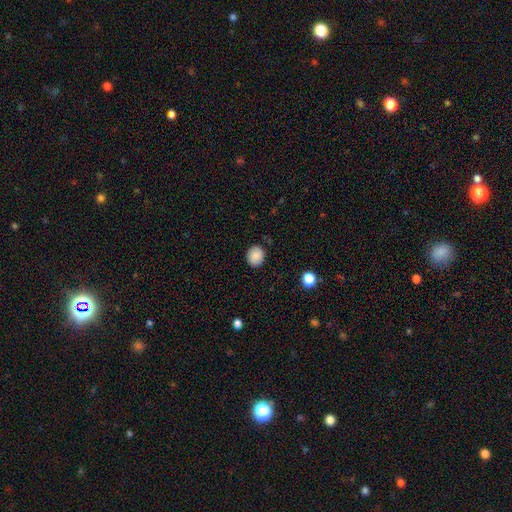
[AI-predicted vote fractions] Smooth or featured?
  - smooth: 87% *
  - star or artifact: 9%
  - featured or disk: 5%
How rounded?
  - round: 72% *
  - in between: 27%
  - cigar-shaped: 1%
Merging?
  - none: 86% *
  - minor disturbance: 10%
  - major disturbance: 2%
  - merger: 1%